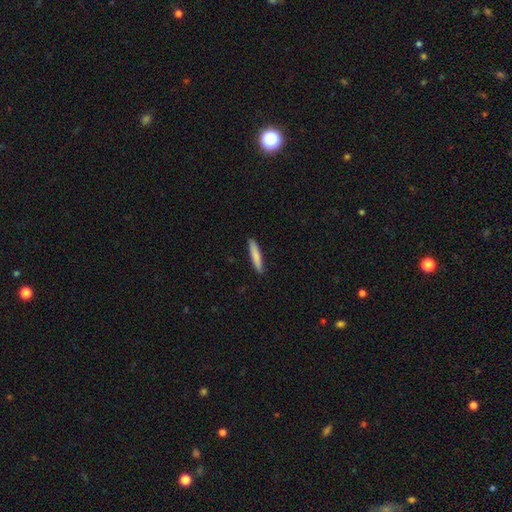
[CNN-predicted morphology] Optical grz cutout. It shows a smooth galaxy with no disk features (82%) that is cigar-shaped (92%). Merging: none (90%).